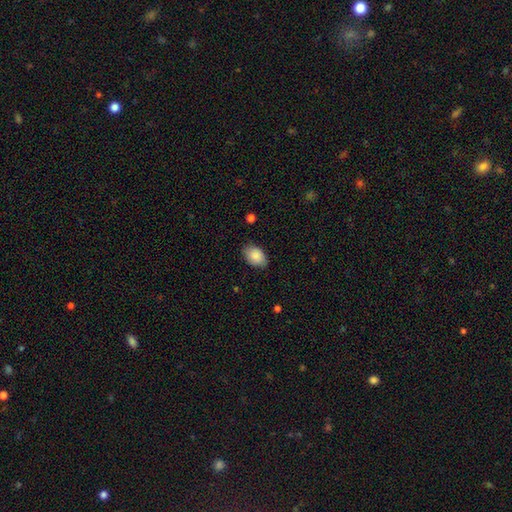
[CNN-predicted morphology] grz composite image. It shows a smooth galaxy with no disk features (86%) that is in between round and cigar-shaped (87%). Merging: none (81%).